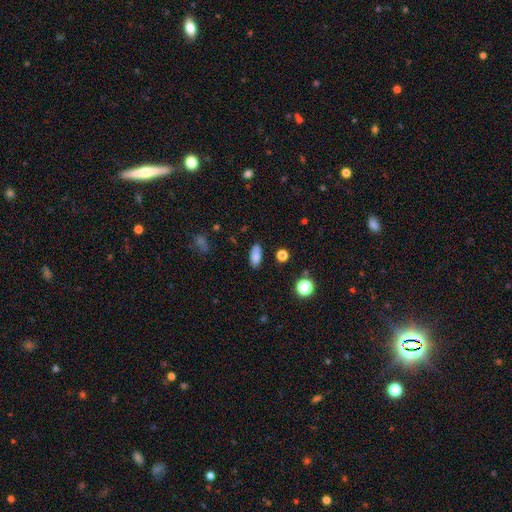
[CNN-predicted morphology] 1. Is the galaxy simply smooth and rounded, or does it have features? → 83% smooth, 10% star or artifact, 8% featured or disk.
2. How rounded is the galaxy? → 88% in between, 7% cigar-shaped, 4% round.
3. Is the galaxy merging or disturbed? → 85% none, 11% minor disturbance, 3% major disturbance, 2% merger.